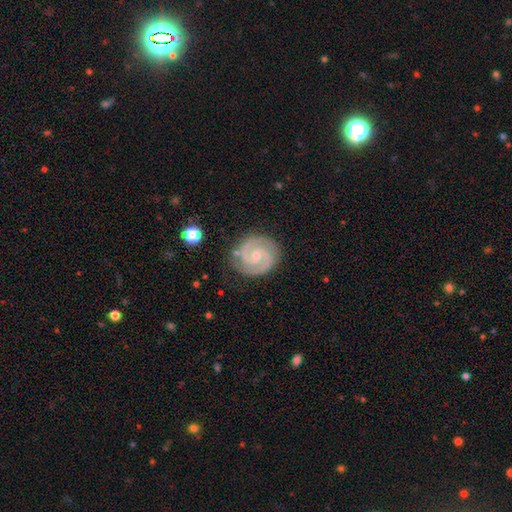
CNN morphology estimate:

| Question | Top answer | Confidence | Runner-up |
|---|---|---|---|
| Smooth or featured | featured or disk | 92% | star or artifact (4%) |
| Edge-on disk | no | 98% | yes (2%) |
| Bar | no | 52% | weak (36%) |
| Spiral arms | yes | 99% | no (1%) |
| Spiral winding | tight | 62% | medium (35%) |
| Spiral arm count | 2 | 92% | 3 (3%) |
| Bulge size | small | 63% | moderate (31%) |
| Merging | none | 83% | minor disturbance (12%) |